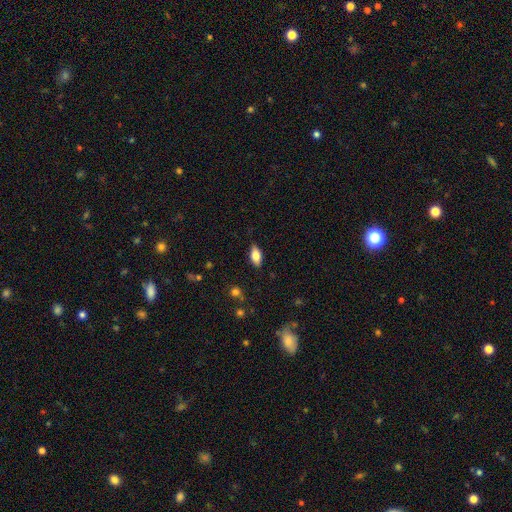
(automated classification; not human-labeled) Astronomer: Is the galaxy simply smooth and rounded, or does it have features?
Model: smooth — 75%.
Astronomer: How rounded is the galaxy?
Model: in between — 87%.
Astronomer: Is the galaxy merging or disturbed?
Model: none — 83%.